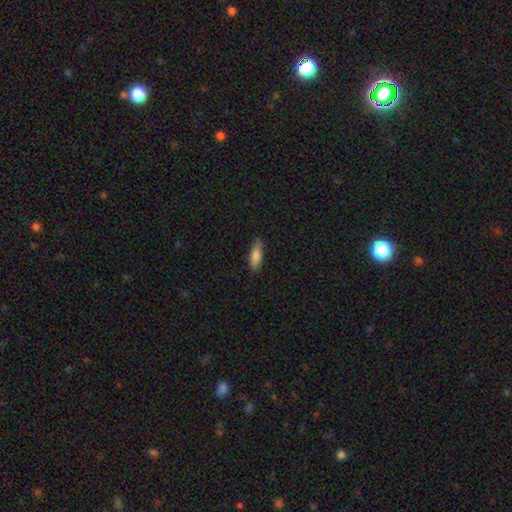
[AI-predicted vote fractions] smooth 83%, featured or disk 11%, star or artifact 6%. Down the decision tree: how rounded — cigar-shaped (50%); merging — none (81%).